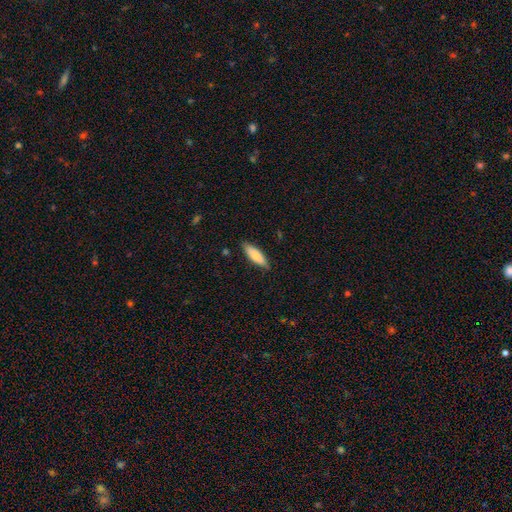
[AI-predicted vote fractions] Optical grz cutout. It shows a smooth galaxy with no disk features (75%) that is in between round and cigar-shaped (53%). Merging: none (84%).